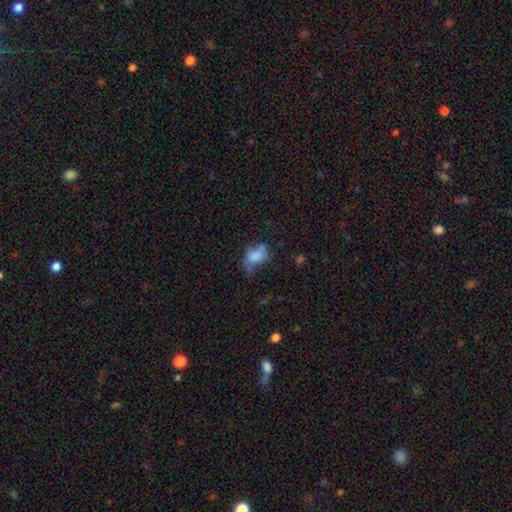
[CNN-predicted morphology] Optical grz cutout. It shows a smooth galaxy with no disk features (68%) that is in between round and cigar-shaped (81%). Merging: minor disturbance (34%).